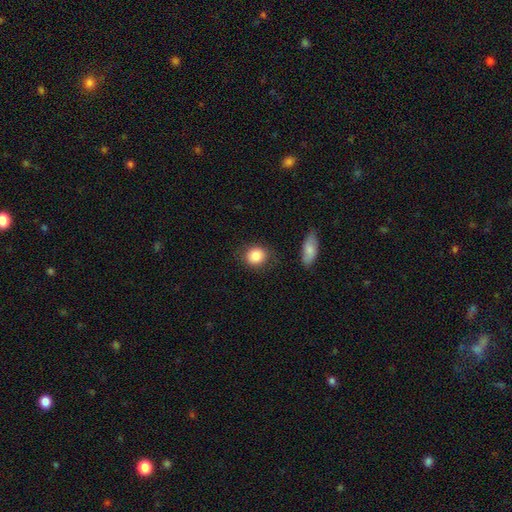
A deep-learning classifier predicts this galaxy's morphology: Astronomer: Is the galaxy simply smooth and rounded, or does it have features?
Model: smooth — 87%.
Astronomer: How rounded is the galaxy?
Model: round — 76%.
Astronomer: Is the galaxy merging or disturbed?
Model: none — 80%.